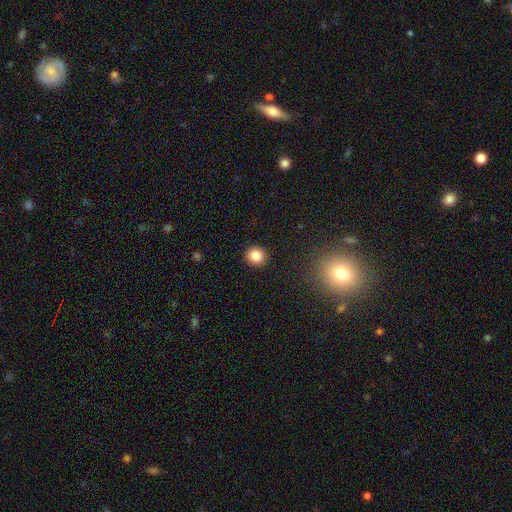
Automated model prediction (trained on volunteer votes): Q: Smooth or featured?
A: smooth (84%); runner-up: star or artifact (11%)
Q: How rounded?
A: round (91%); runner-up: in between (8%)
Q: Merging?
A: none (92%); runner-up: minor disturbance (5%)